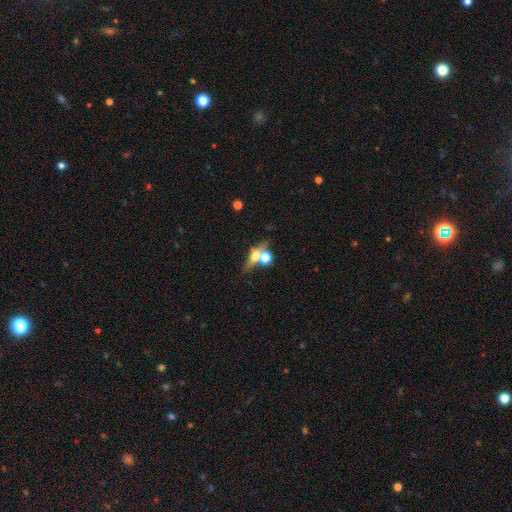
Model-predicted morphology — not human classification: A smooth galaxy with no disk features (46%). Merging: none (43%).